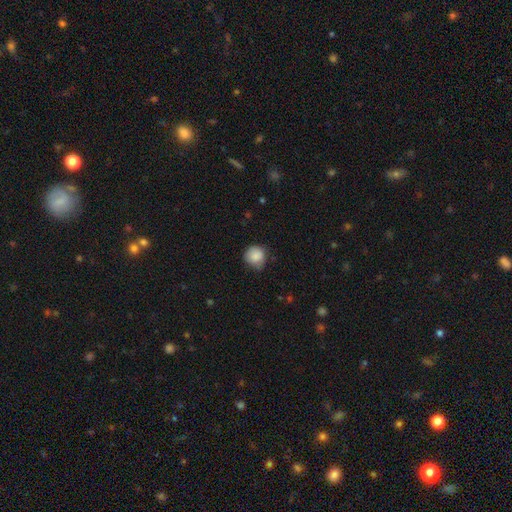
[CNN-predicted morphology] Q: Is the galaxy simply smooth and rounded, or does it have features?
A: smooth — 86%.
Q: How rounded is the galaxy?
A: round — 88%.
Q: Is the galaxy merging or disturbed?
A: none — 64%.